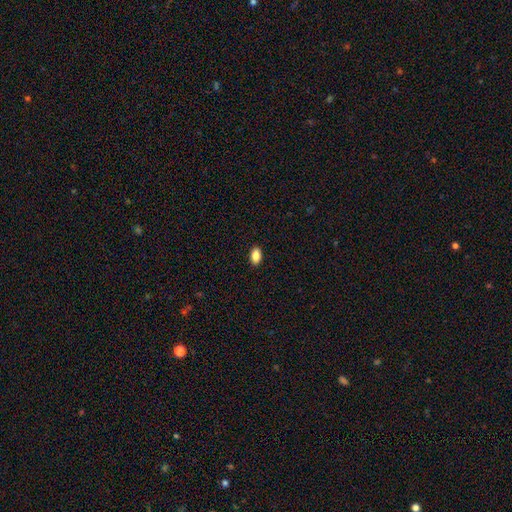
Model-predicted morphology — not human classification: Q: Smooth or featured?
A: smooth (88%); runner-up: star or artifact (8%)
Q: How rounded?
A: in between (91%); runner-up: round (6%)
Q: Merging?
A: none (91%); runner-up: minor disturbance (7%)